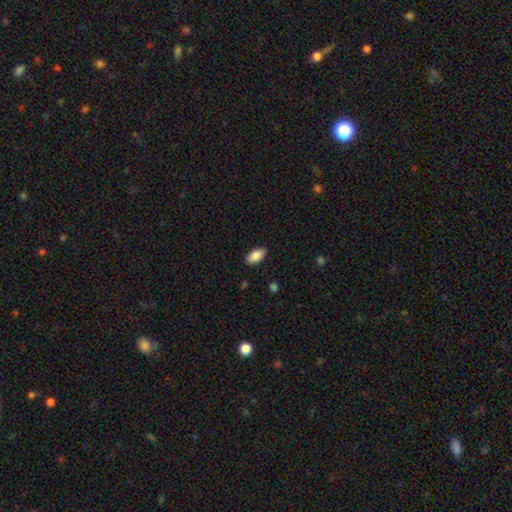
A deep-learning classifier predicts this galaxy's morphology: type=smooth (88%); roundness=in between (94%); merging=none (87%).